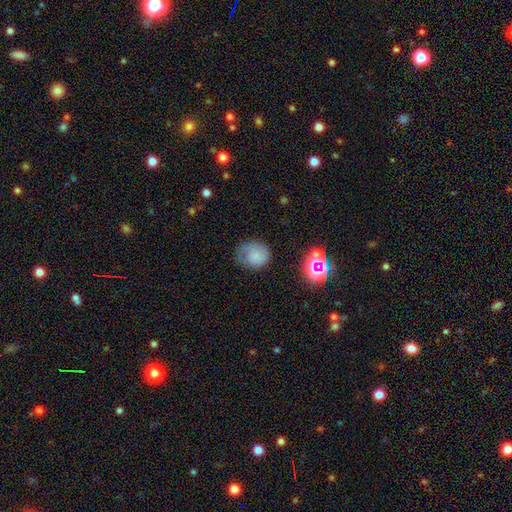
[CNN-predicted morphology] Q: Smooth or featured?
A: smooth (66%); runner-up: featured or disk (21%)
Q: How rounded?
A: round (66%); runner-up: in between (33%)
Q: Merging?
A: none (60%); runner-up: minor disturbance (27%)